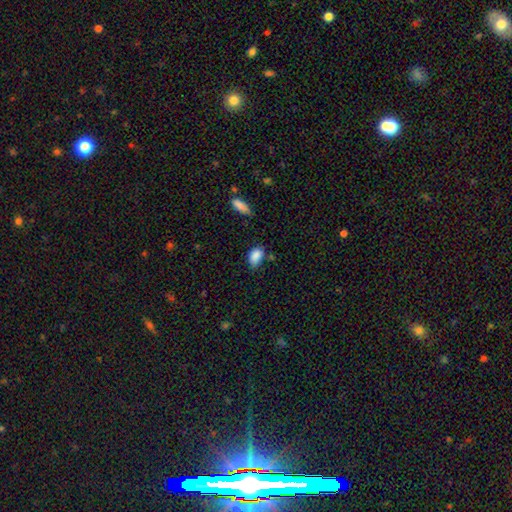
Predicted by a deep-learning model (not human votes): This appears to be a smooth galaxy with no disk features (87%) that is in between round and cigar-shaped (87%). Merging: none (59%).